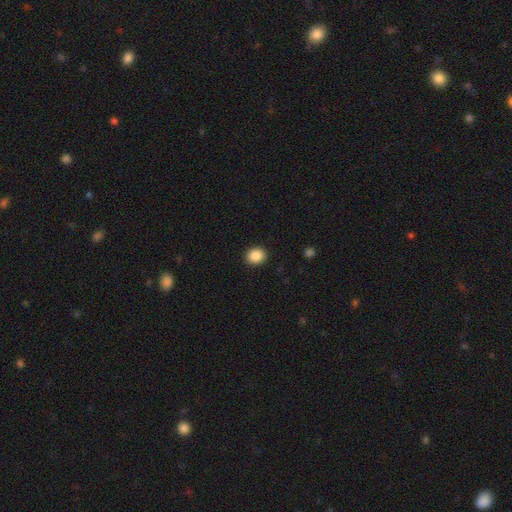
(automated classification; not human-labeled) Smooth or featured?
  - smooth: 88% *
  - star or artifact: 9%
  - featured or disk: 3%
How rounded?
  - round: 71% *
  - in between: 28%
  - cigar-shaped: 1%
Merging?
  - none: 92% *
  - minor disturbance: 6%
  - major disturbance: 2%
  - merger: 1%